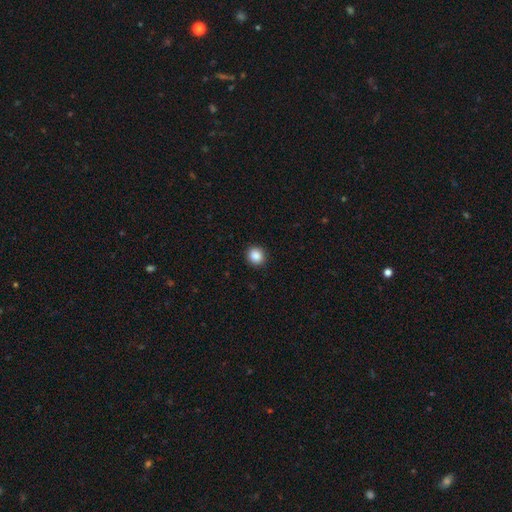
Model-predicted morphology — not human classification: This is clearly a smooth galaxy (88%). How rounded: clearly round (88%). Merging: clearly none (92%).